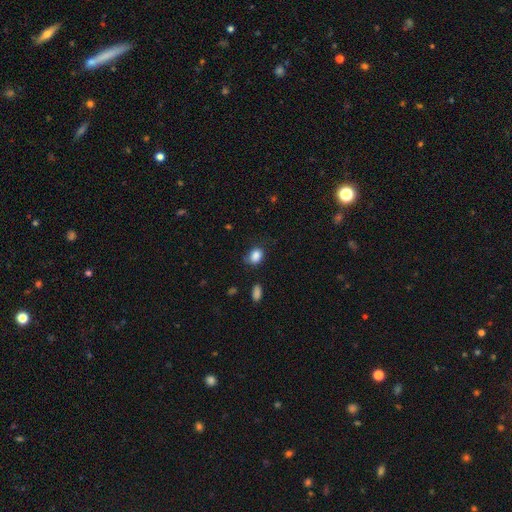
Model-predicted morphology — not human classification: smooth-or-featured: smooth: 86% | star or artifact: 9% | featured or disk: 5%
  how-rounded: in between: 58% | round: 41% | cigar-shaped: 1%
  merging: none: 63% | minor disturbance: 26% | major disturbance: 8% | merger: 2%